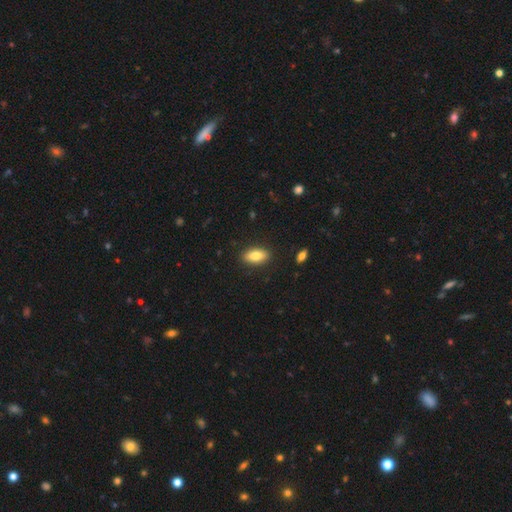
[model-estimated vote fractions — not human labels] This appears to be a smooth galaxy with no disk features (82%) that is in between round and cigar-shaped (87%). Merging: none (89%).